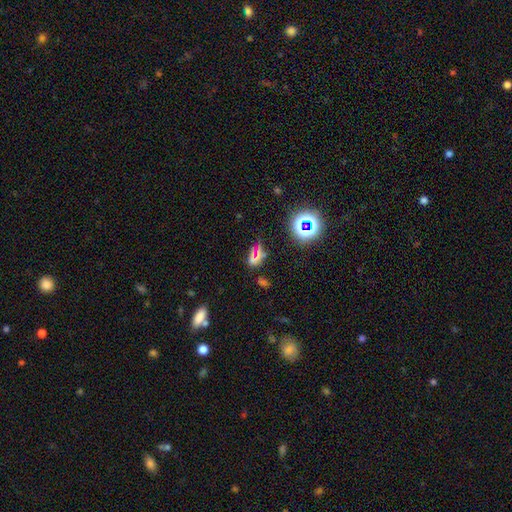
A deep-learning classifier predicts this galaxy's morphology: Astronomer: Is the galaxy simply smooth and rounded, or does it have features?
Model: star or artifact — 50% (runner-up: smooth, 39%).